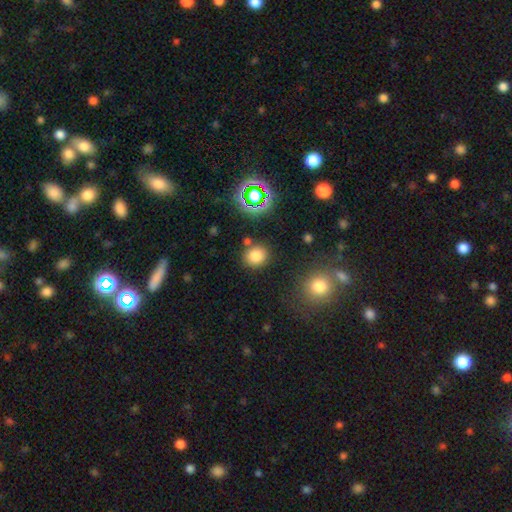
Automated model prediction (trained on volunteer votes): smooth-or-featured: smooth: 78% | star or artifact: 16% | featured or disk: 6%
  how-rounded: round: 78% | in between: 21% | cigar-shaped: 1%
  merging: none: 80% | minor disturbance: 10% | merger: 7% | major disturbance: 3%